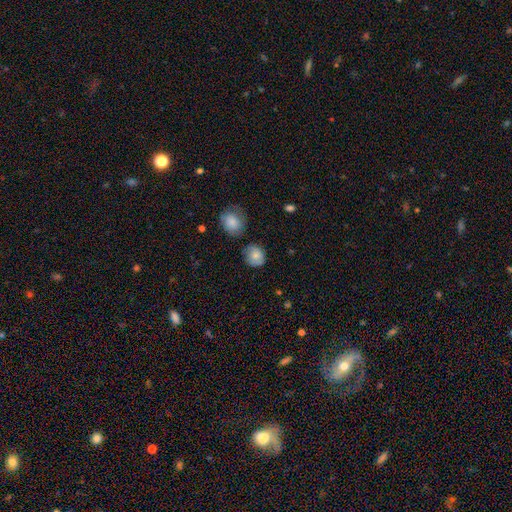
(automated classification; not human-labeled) Morphology: type=smooth (79%); roundness=round (77%); merging=none (68%).